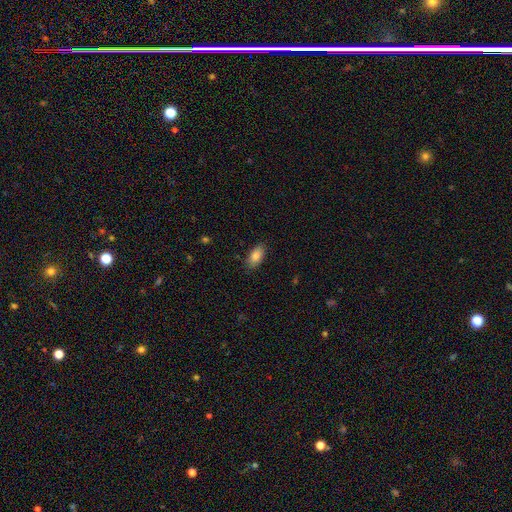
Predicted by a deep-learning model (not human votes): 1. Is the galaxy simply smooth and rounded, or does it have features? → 84% smooth, 9% featured or disk, 7% star or artifact.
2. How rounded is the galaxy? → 91% in between, 5% cigar-shaped, 3% round.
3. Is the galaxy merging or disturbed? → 86% none, 10% minor disturbance, 2% major disturbance, 1% merger.